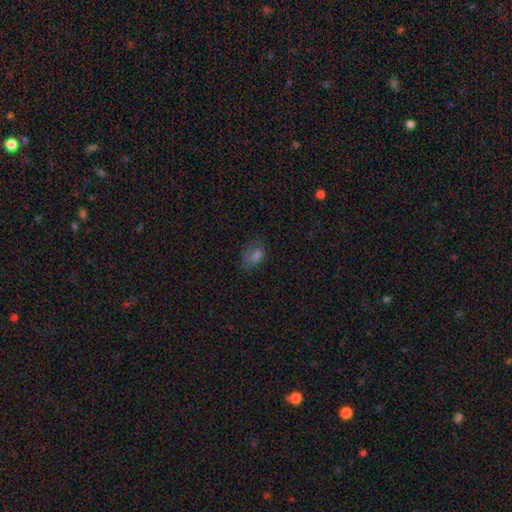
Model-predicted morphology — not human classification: Smooth or featured? smooth (62%)
How rounded? in between (80%)
Merging? none (58%)